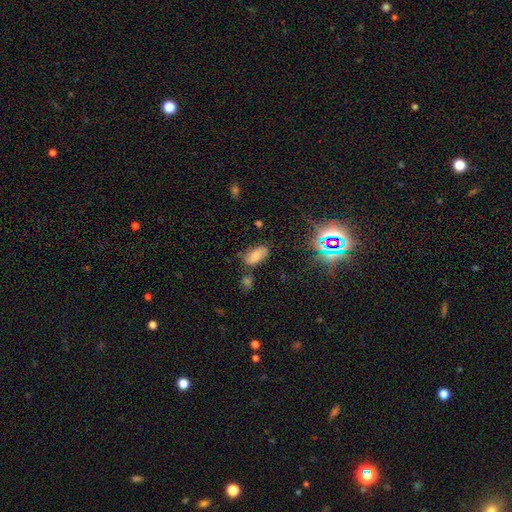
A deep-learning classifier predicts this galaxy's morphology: Smooth or featured? smooth (67%)
How rounded? in between (91%)
Merging? none (67%)